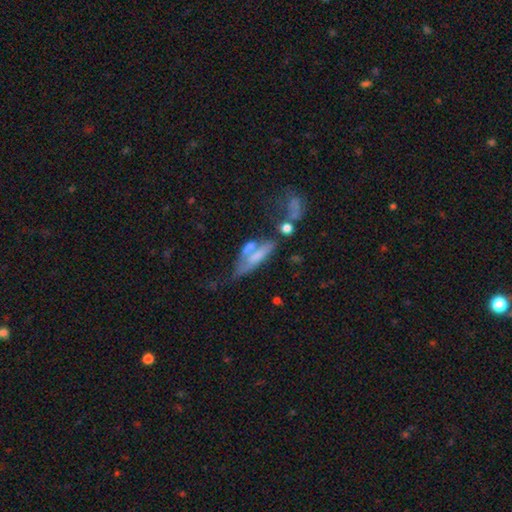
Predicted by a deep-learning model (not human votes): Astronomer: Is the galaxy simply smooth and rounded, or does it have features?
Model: smooth — 52% (runner-up: featured or disk, 37%).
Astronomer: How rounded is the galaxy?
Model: cigar-shaped — 51% (runner-up: in between, 45%).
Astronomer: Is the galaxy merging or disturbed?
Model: merger — 37% (runner-up: none, 27%).